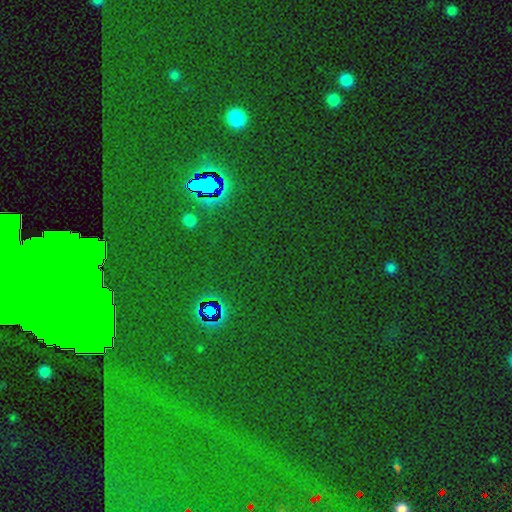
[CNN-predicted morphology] smooth_or_featured: star or artifact (p=0.76) [alt: smooth p=0.13]